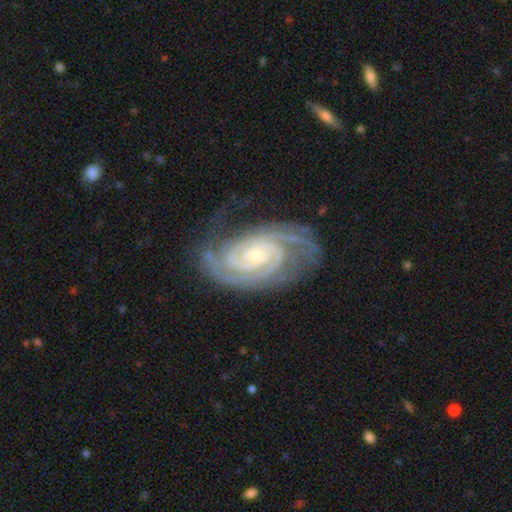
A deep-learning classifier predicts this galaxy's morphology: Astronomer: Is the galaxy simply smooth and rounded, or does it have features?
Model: featured or disk — 92%.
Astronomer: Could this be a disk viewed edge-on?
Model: no — 97%.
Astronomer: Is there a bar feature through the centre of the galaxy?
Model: no — 65%.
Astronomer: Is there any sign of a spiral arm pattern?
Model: yes — 99%.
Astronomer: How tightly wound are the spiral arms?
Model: tight — 80%.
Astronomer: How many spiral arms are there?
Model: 2 — 54%.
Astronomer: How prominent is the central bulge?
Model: small — 80%.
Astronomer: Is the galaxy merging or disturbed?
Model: none — 71%.